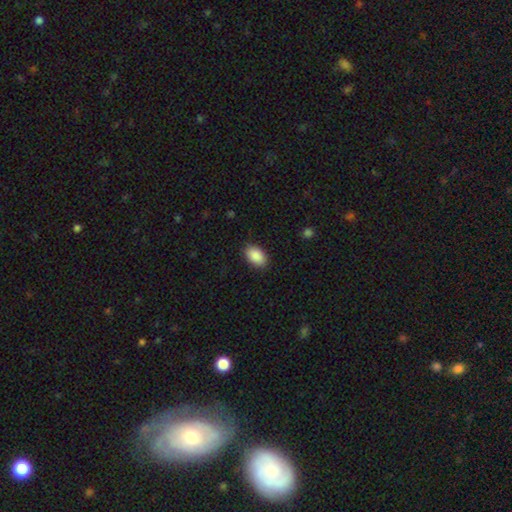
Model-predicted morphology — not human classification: A smooth galaxy with no disk features (90%) that is in between round and cigar-shaped (92%). Merging: none (88%).